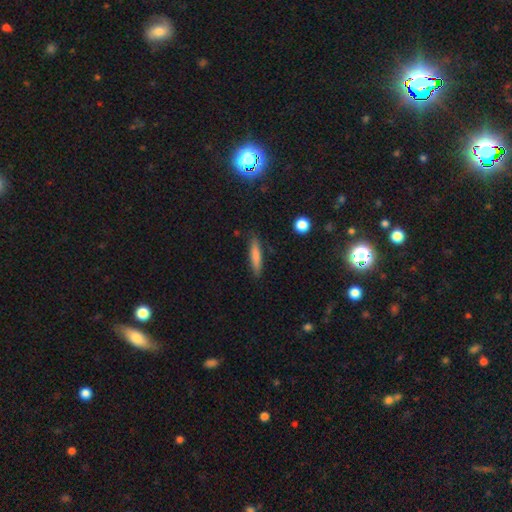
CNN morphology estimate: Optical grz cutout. It shows a smooth galaxy with no disk features (78%) that is cigar-shaped (85%). Merging: none (85%).